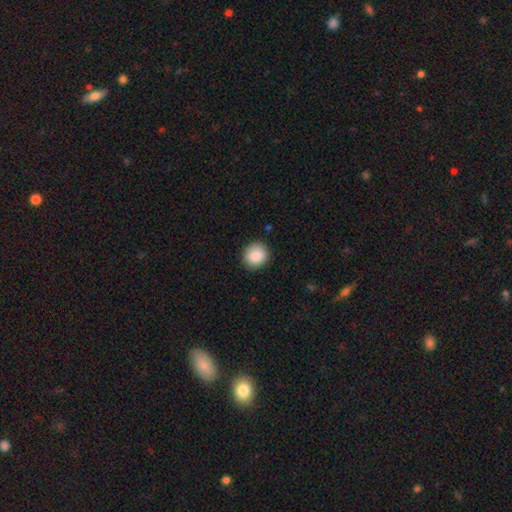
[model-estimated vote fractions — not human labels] smooth-or-featured: smooth: 89% | star or artifact: 8% | featured or disk: 3%
  how-rounded: round: 84% | in between: 15% | cigar-shaped: 1%
  merging: none: 89% | minor disturbance: 8% | major disturbance: 2% | merger: 1%